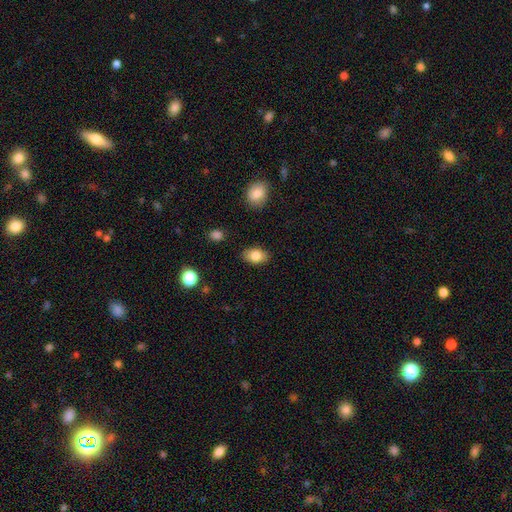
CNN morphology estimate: smooth_or_featured: smooth (p=0.82) [alt: featured or disk p=0.10]
how_rounded: in between (p=0.87) [alt: round p=0.11]
merging: none (p=0.86) [alt: minor disturbance p=0.10]